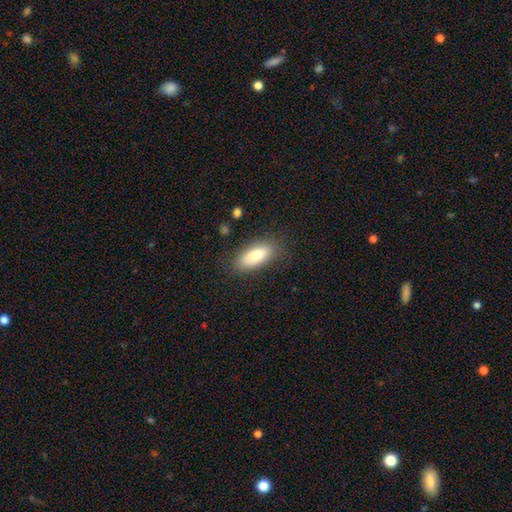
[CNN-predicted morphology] Q: Smooth or featured?
A: smooth (81%); runner-up: featured or disk (12%)
Q: How rounded?
A: in between (79%); runner-up: cigar-shaped (19%)
Q: Merging?
A: none (81%); runner-up: minor disturbance (13%)